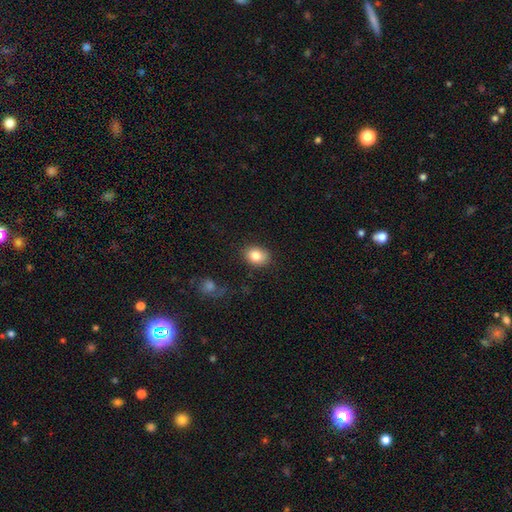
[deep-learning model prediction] Smooth or featured? smooth (84%)
How rounded? in between (56%)
Merging? none (82%)